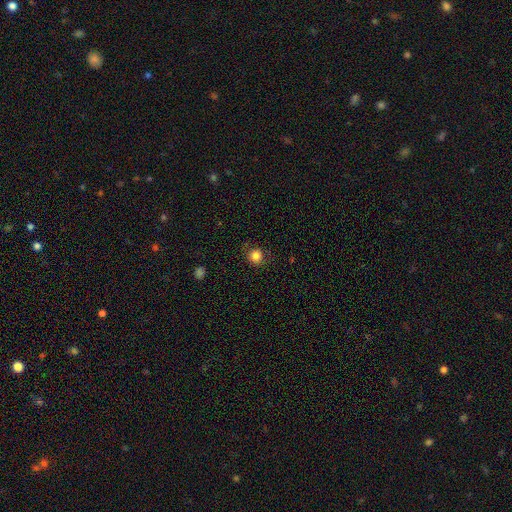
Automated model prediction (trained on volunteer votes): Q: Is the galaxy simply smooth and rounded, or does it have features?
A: smooth — 84%.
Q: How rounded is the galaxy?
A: round — 90%.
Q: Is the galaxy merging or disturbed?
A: none — 82%.